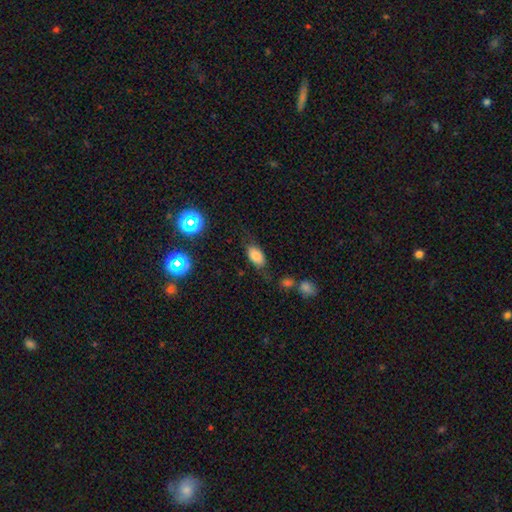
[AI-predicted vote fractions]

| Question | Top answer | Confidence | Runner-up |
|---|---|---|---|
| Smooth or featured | smooth | 77% | featured or disk (12%) |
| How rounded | in between | 89% | round (6%) |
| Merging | none | 69% | minor disturbance (20%) |